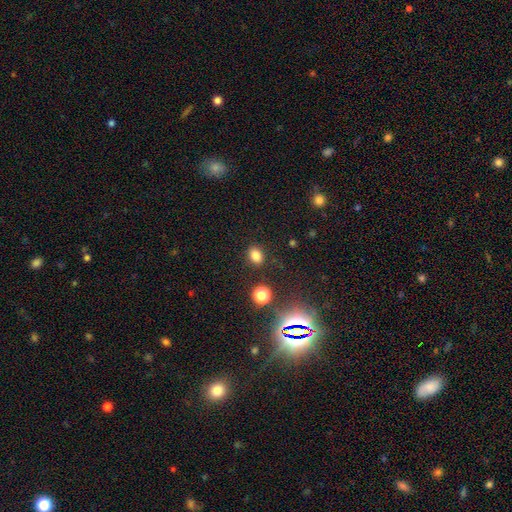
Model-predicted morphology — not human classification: Q: Smooth or featured?
A: smooth (80%); runner-up: star or artifact (15%)
Q: How rounded?
A: in between (61%); runner-up: round (38%)
Q: Merging?
A: none (85%); runner-up: minor disturbance (9%)